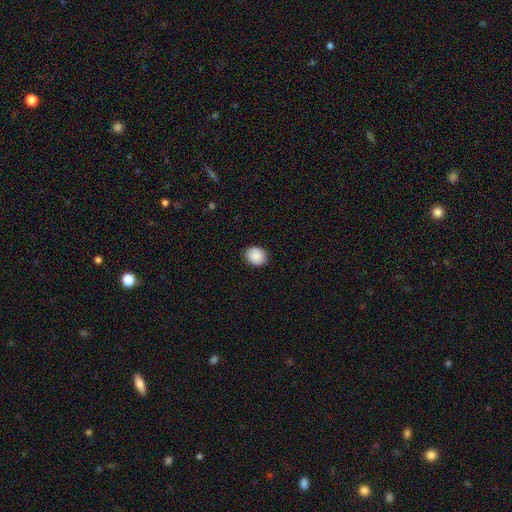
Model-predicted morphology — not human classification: smooth 89%, star or artifact 8%, featured or disk 3%. Down the decision tree: how rounded — round (62%); merging — none (89%).